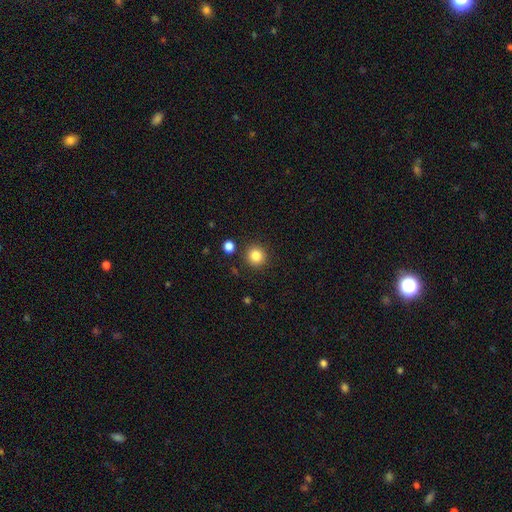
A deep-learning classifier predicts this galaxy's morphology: A smooth galaxy with no disk features (85%) that is round (93%). Merging: none (88%).